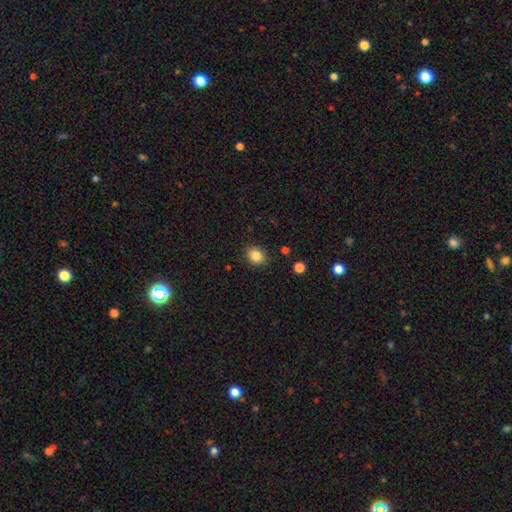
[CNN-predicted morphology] Smooth or featured? smooth (85%)
How rounded? round (59%)
Merging? none (85%)